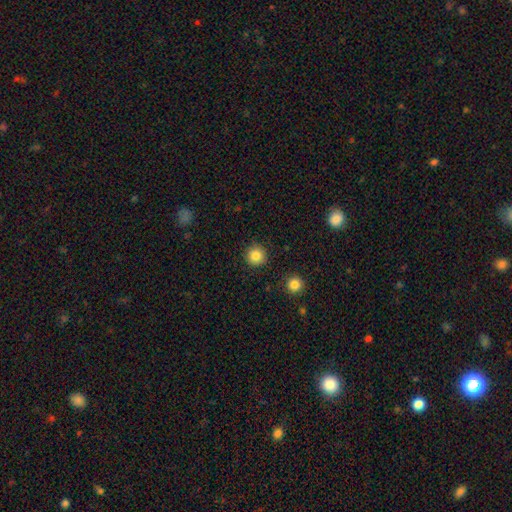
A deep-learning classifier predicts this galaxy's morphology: Overall: smooth (84%). How rounded: round (95%). Merging: none (91%).